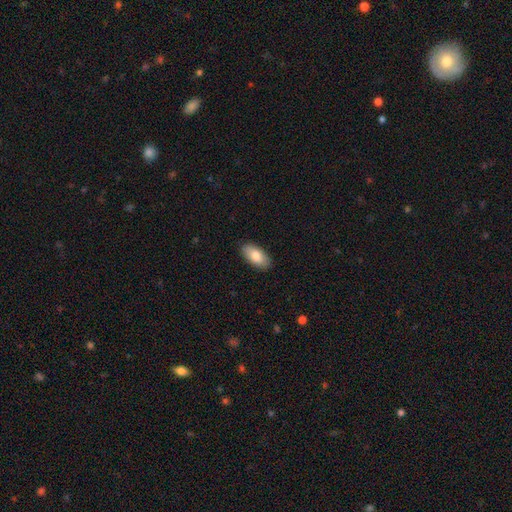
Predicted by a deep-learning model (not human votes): smooth_or_featured: smooth (p=0.82) [alt: featured or disk p=0.12]
how_rounded: in between (p=0.93) [alt: cigar-shaped p=0.05]
merging: none (p=0.90) [alt: minor disturbance p=0.08]